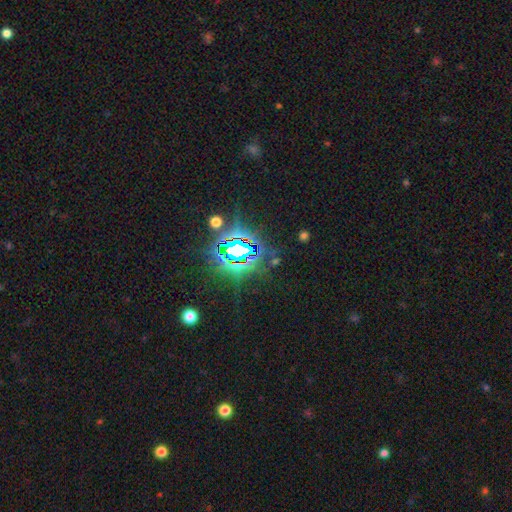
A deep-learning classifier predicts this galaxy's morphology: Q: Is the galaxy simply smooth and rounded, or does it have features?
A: star or artifact — 84%.